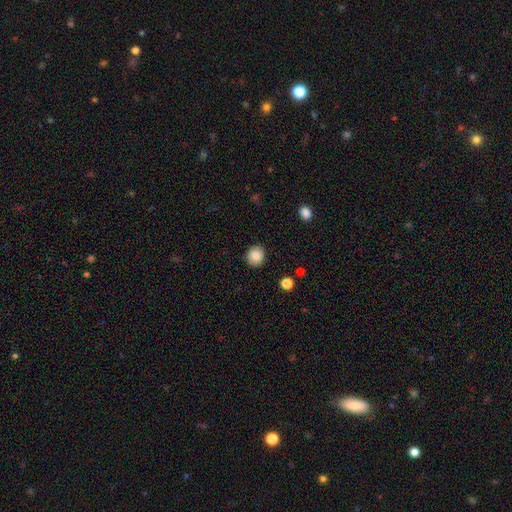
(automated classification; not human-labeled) The model was most divided on "how rounded": round: 80%, in between: 19%, cigar-shaped: 1%. More confident: merging — none (89%); smooth or featured — smooth (87%).